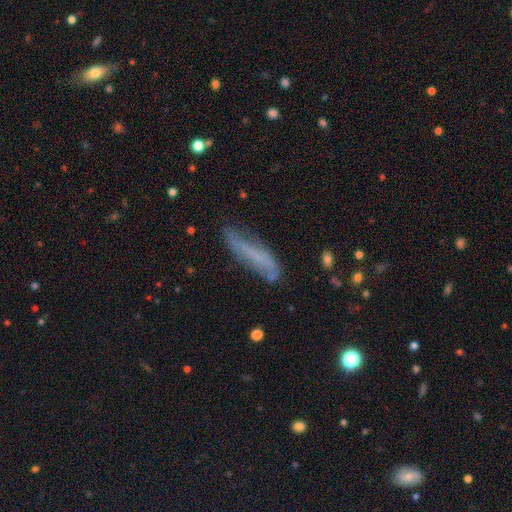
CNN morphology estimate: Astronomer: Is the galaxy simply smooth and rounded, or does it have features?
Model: smooth — 47% (runner-up: featured or disk, 42%).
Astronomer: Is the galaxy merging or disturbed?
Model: none — 59%.